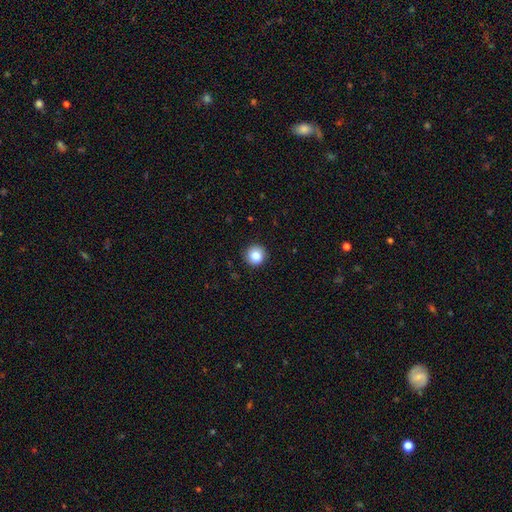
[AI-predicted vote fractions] smooth-or-featured: smooth: 86% | star or artifact: 9% | featured or disk: 5%
  how-rounded: round: 95% | in between: 4% | cigar-shaped: 1%
  merging: none: 92% | minor disturbance: 6% | major disturbance: 2% | merger: 1%